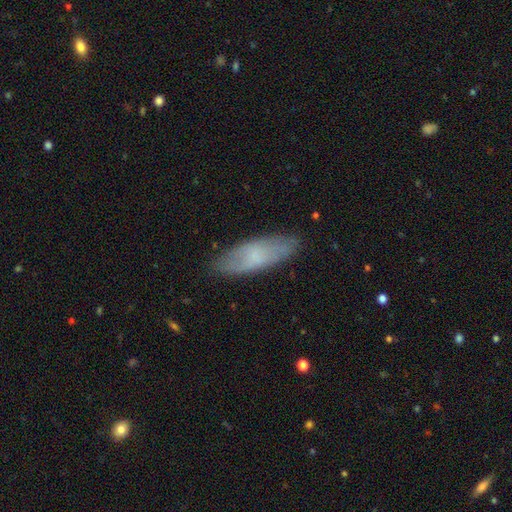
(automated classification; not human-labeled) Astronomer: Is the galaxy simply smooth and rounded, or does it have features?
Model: smooth — 63%.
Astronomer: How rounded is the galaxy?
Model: in between — 60% (runner-up: cigar-shaped, 38%).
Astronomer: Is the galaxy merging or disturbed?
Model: none — 80%.